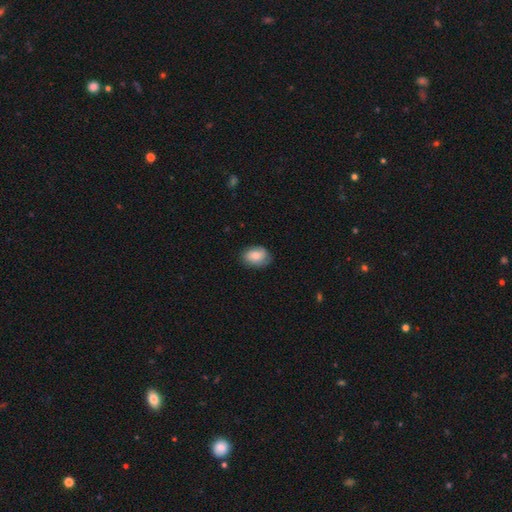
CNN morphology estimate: A smooth galaxy with no disk features (71%) that is in between round and cigar-shaped (75%).

Vote fractions:
- Smooth or featured? smooth: 71% / featured or disk: 22% / star or artifact: 7%
- How rounded? in between: 75% / round: 24% / cigar-shaped: 1%
- Merging? none: 77% / minor disturbance: 18% / major disturbance: 4% / merger: 1%